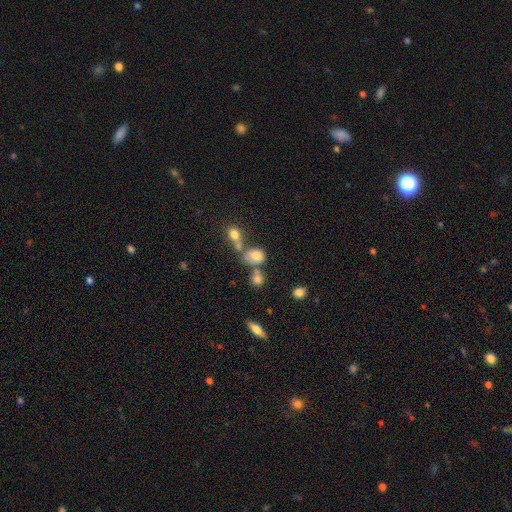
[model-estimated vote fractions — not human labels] Overall: smooth (74%). How rounded: in between (58%; round 40%). Merging: none (39%; merger 37%).